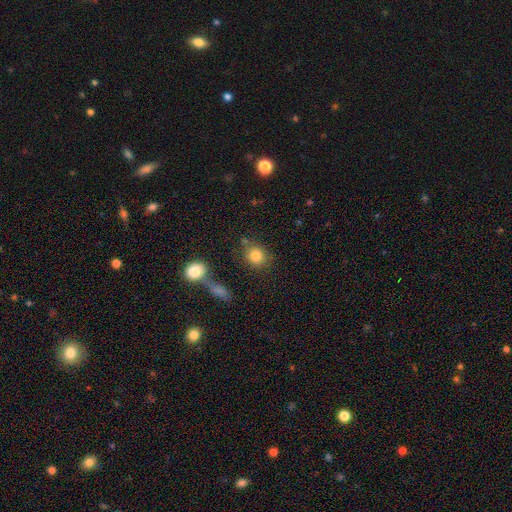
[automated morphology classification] This is clearly a smooth galaxy (83%). How rounded: likely round (80%). Merging: likely none (73%).